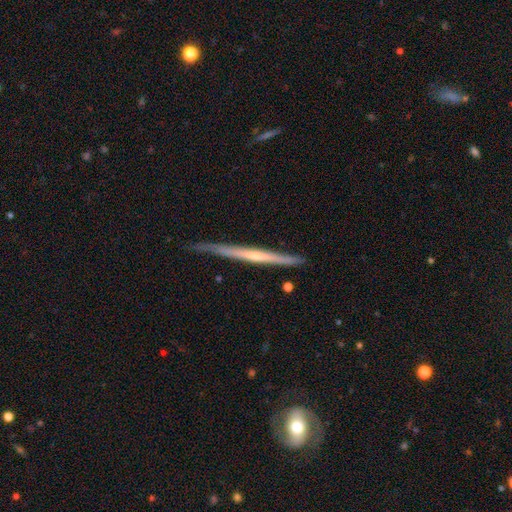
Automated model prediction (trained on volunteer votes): A featured or disk galaxy (75%) viewed edge-on (98%) with no central bulge (49%). Merging: none (86%).